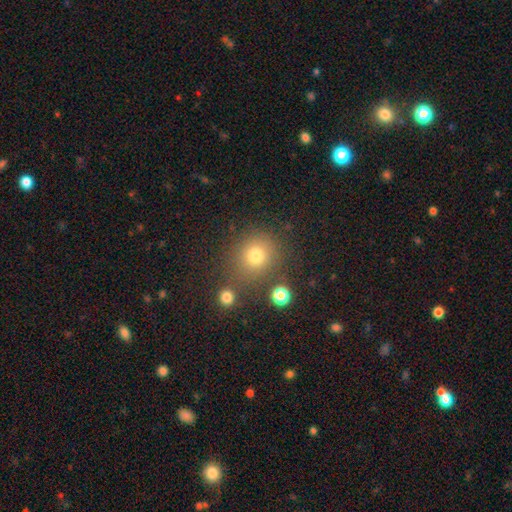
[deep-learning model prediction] Smooth or featured?
  - smooth: 75% *
  - star or artifact: 17%
  - featured or disk: 8%
How rounded?
  - round: 85% *
  - in between: 14%
  - cigar-shaped: 1%
Merging?
  - none: 77% *
  - minor disturbance: 11%
  - merger: 8%
  - major disturbance: 5%